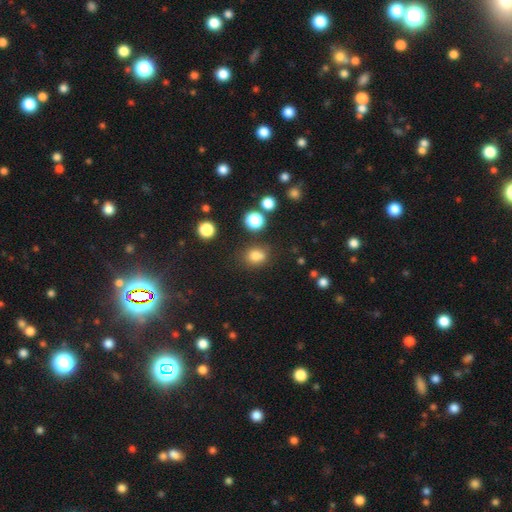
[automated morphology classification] Smooth or featured? Predicted: smooth (p=0.76). How rounded? Predicted: round (p=0.60). Merging? Predicted: none (p=0.64).